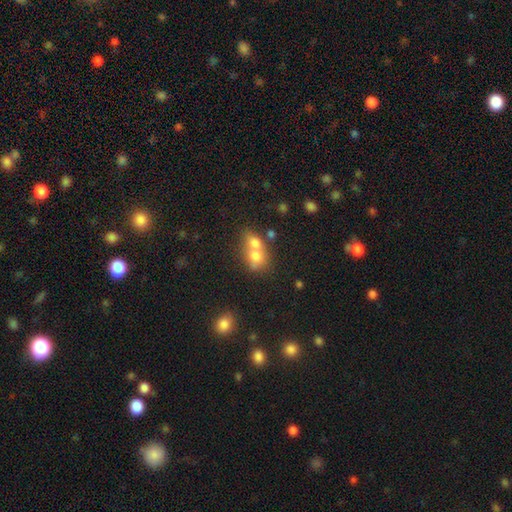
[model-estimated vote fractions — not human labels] Morphology: type=smooth (71%); roundness=in between (49%, tied with round); merging=merger (69%).